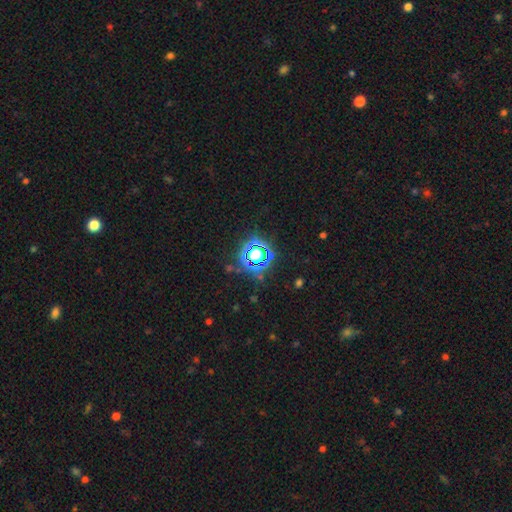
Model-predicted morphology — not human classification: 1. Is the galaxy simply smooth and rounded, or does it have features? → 78% star or artifact, 15% smooth, 7% featured or disk.